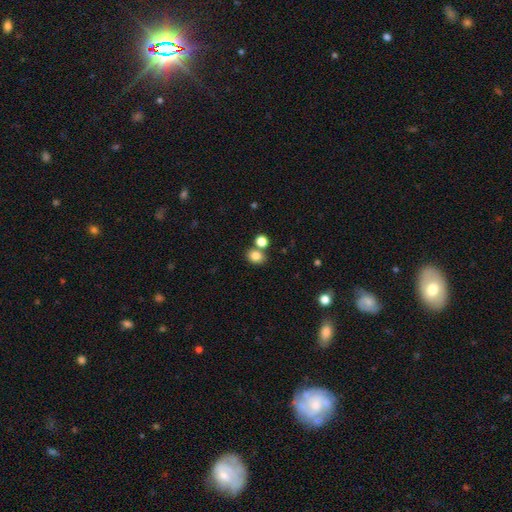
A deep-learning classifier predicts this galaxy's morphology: Smooth or featured?
  - smooth: 81% *
  - star or artifact: 12%
  - featured or disk: 7%
How rounded?
  - round: 56% *
  - in between: 43%
  - cigar-shaped: 1%
Merging?
  - none: 63% *
  - merger: 25%
  - minor disturbance: 9%
  - major disturbance: 3%